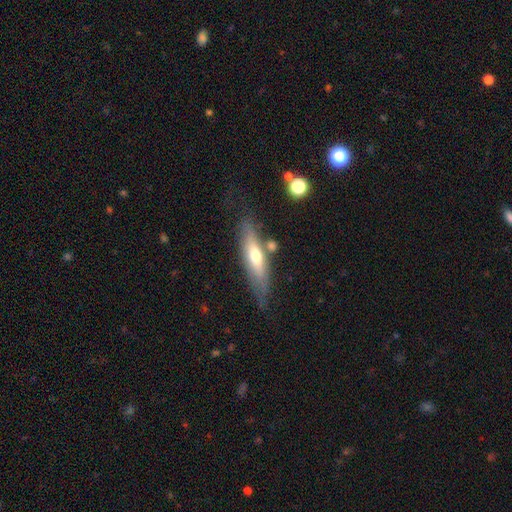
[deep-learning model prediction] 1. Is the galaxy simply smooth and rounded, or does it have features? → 47% smooth, 46% featured or disk, 6% star or artifact.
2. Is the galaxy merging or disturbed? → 65% none, 19% minor disturbance, 10% merger, 6% major disturbance.